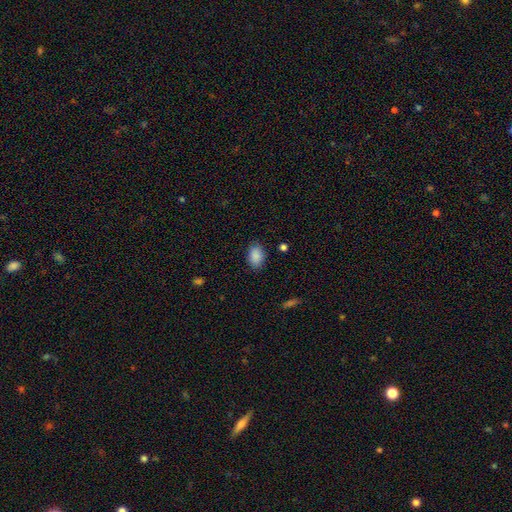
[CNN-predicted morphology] Q: Smooth or featured?
A: smooth (89%); runner-up: star or artifact (7%)
Q: How rounded?
A: in between (86%); runner-up: round (13%)
Q: Merging?
A: none (83%); runner-up: minor disturbance (13%)